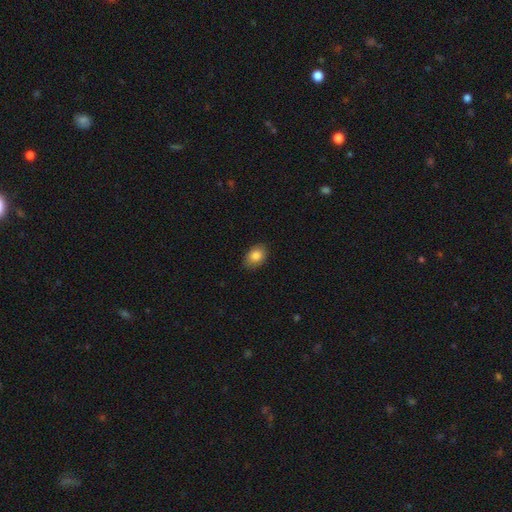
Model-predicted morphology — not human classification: type=smooth (85%); roundness=in between (79%); merging=none (84%).